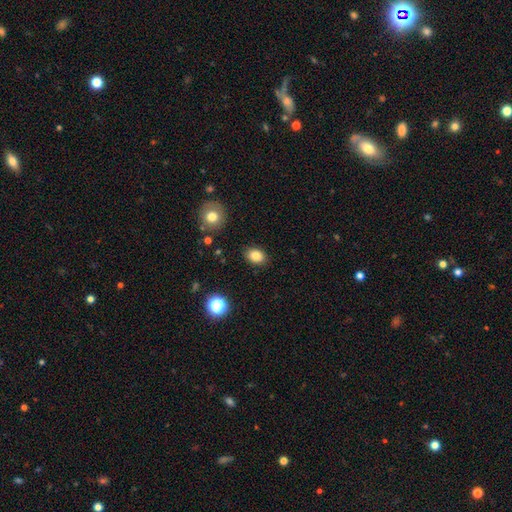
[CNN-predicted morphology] Smooth or featured: smooth — 83% (star or artifact — 10%)
How rounded: in between — 70% (round — 29%)
Merging: none — 87% (minor disturbance — 9%)